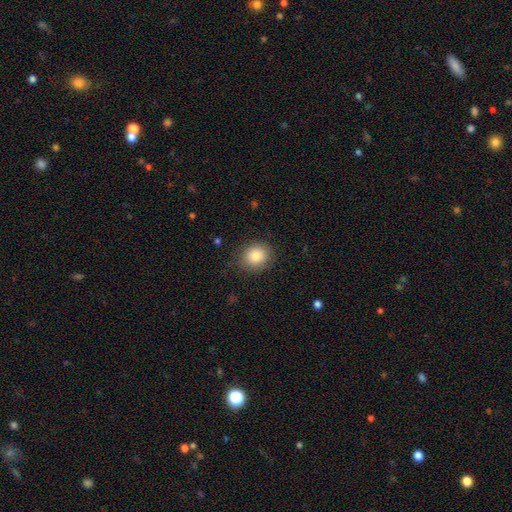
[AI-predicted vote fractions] This is clearly a smooth galaxy (84%). How rounded: likely round (72%). Merging: clearly none (84%).